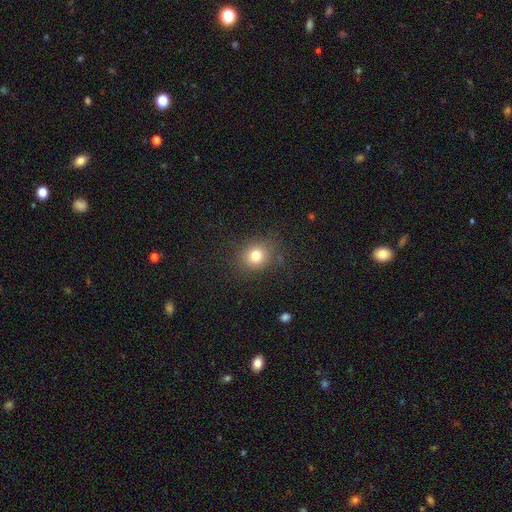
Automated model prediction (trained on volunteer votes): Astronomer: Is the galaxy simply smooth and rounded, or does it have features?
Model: smooth — 77%.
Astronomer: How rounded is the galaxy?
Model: round — 75%.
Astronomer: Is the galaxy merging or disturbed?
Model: none — 83%.